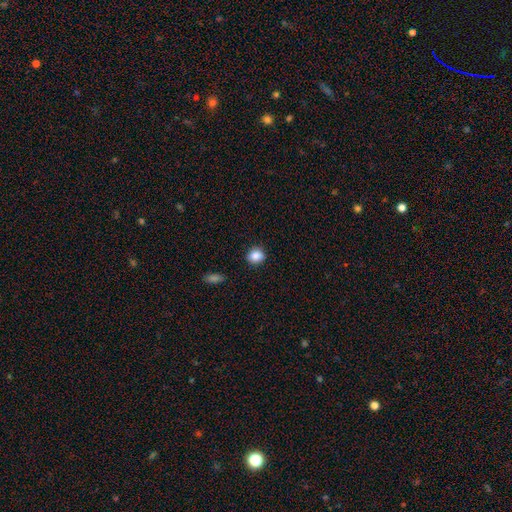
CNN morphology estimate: smooth-or-featured: smooth: 86% | star or artifact: 9% | featured or disk: 5%
  how-rounded: round: 77% | in between: 22% | cigar-shaped: 1%
  merging: none: 87% | minor disturbance: 9% | major disturbance: 2% | merger: 1%